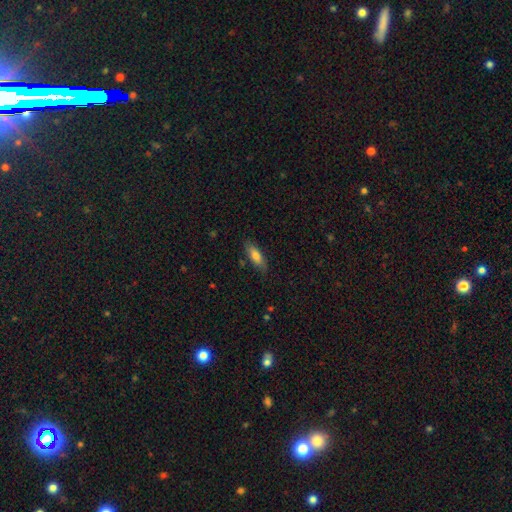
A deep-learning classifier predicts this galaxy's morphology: type=smooth (76%); roundness=in between (68%); merging=none (81%).